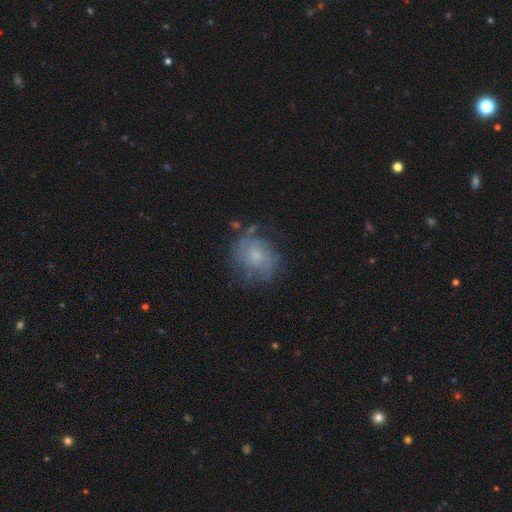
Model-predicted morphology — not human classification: Smooth or featured? featured or disk (53%)
Edge-on disk? no (97%)
Bar? no (78%)
Spiral arms? yes (73%)
Bulge size? moderate (43%)
Merging? none (63%)